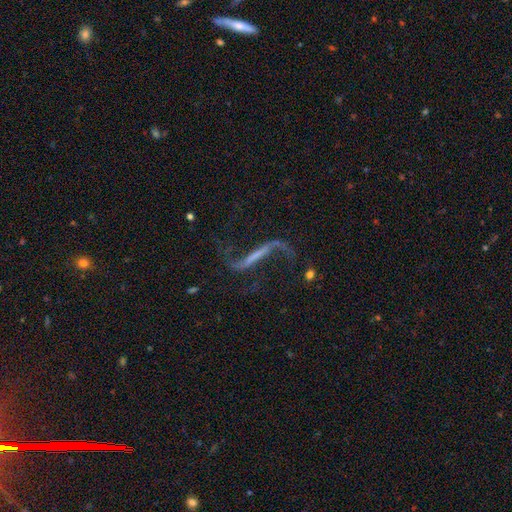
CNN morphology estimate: The model was most divided on "bulge size": none: 56%, small: 31%, moderate: 9%, large: 2%, dominant: 2%. More confident: spiral arms — yes (92%); spiral winding — loose (91%); spiral arm count — 2 (88%); smooth or featured — featured or disk (84%); edge-on disk — no (83%); bar — strong (61%); merging — none (59%).